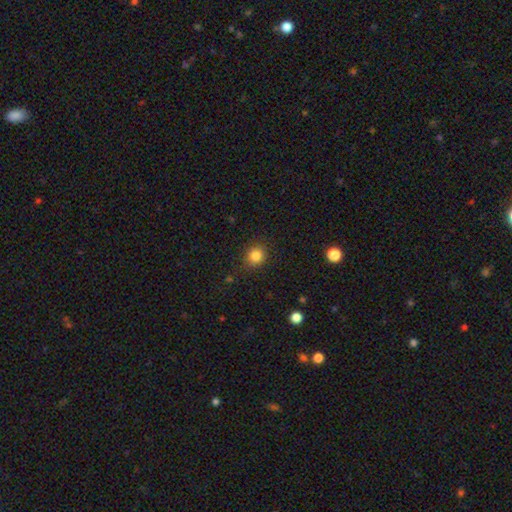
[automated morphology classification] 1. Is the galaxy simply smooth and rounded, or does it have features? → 84% smooth, 12% star or artifact, 4% featured or disk.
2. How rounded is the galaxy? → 82% round, 17% in between, 1% cigar-shaped.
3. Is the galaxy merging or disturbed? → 85% none, 11% minor disturbance, 3% major disturbance, 1% merger.